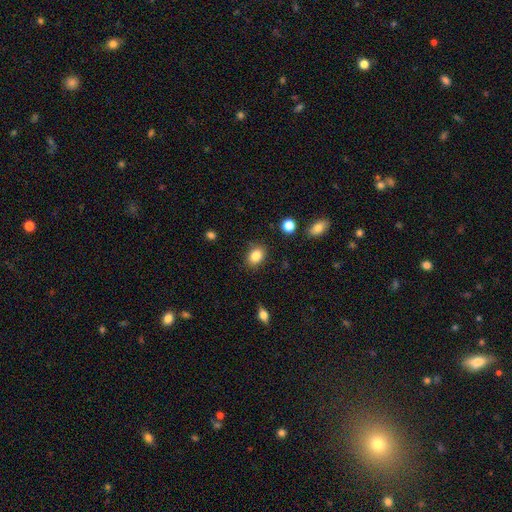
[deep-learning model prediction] Overall: smooth (84%). How rounded: in between (68%; round 30%). Merging: none (85%).